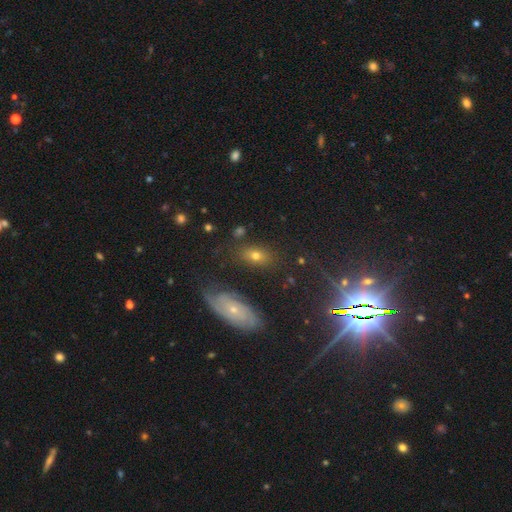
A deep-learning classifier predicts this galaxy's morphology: A smooth galaxy with no disk features (47%). Merging: none (77%).